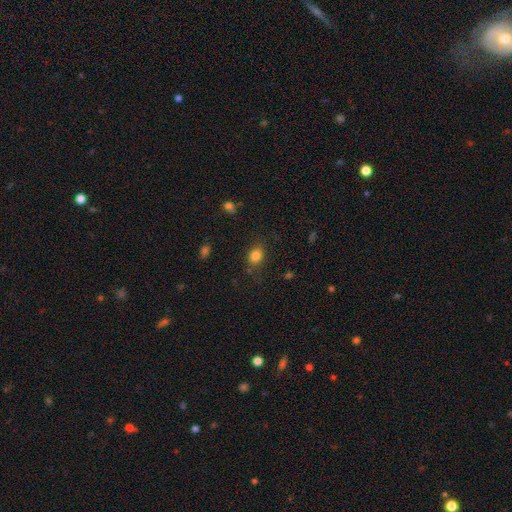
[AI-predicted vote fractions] Smooth or featured? Predicted: smooth (p=0.82). How rounded? Predicted: in between (p=0.53). Merging? Predicted: none (p=0.77).